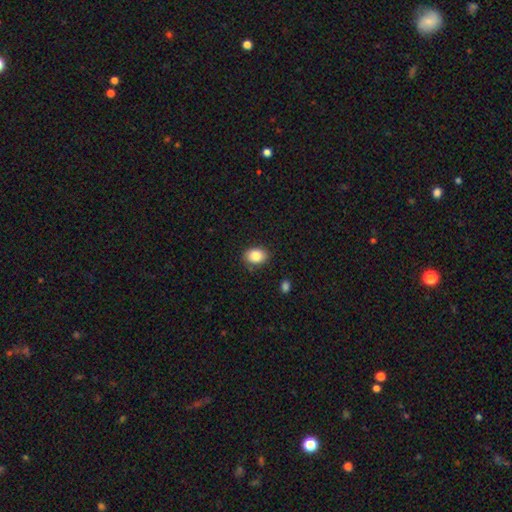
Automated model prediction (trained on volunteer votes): Morphology: type=smooth (86%); roundness=in between (76%); merging=none (84%).